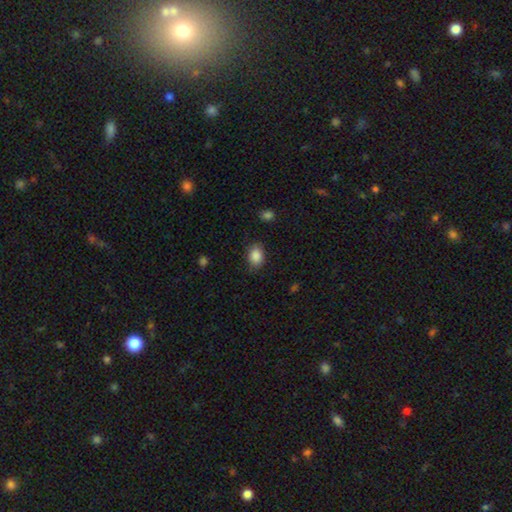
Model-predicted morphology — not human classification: smooth-or-featured: smooth: 88% | star or artifact: 8% | featured or disk: 4%
  how-rounded: in between: 71% | round: 28% | cigar-shaped: 1%
  merging: none: 80% | minor disturbance: 15% | major disturbance: 4% | merger: 1%